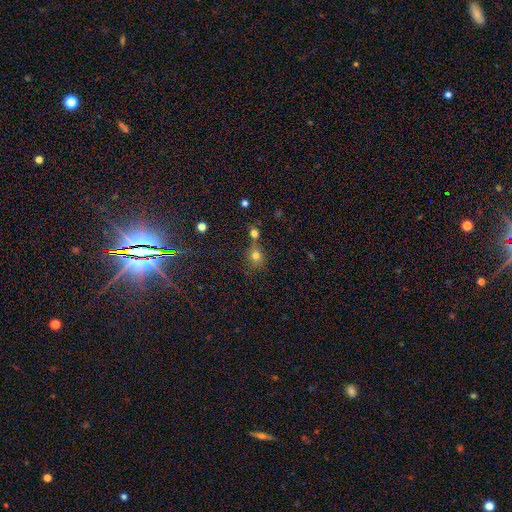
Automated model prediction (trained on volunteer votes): Smooth or featured?
  - smooth: 75% *
  - star or artifact: 15%
  - featured or disk: 9%
How rounded?
  - round: 72% *
  - in between: 26%
  - cigar-shaped: 1%
Merging?
  - none: 54% *
  - merger: 31%
  - minor disturbance: 11%
  - major disturbance: 5%